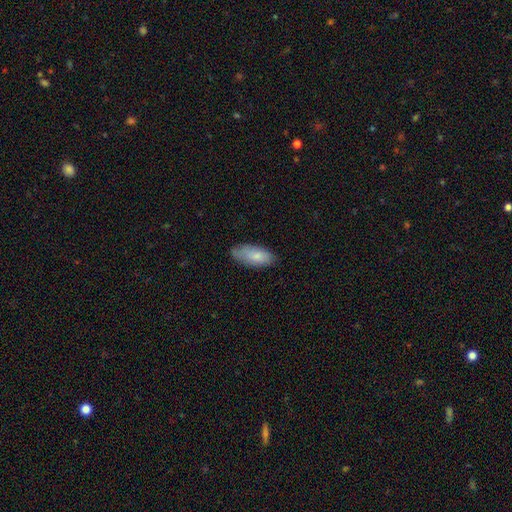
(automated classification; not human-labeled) Overall: smooth (79%). How rounded: in between (86%). Merging: none (70%).